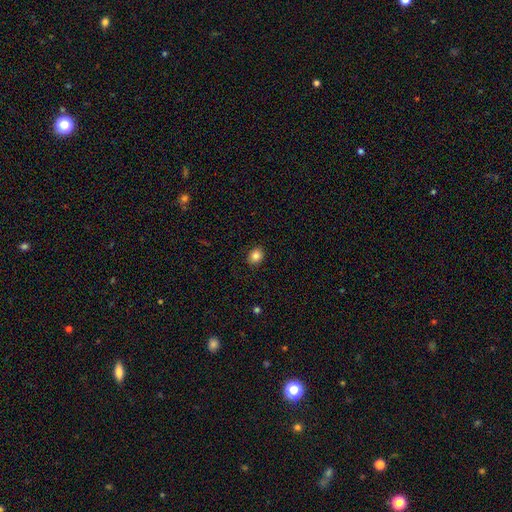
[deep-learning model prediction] Smooth or featured? Predicted: smooth (p=0.85). How rounded? Predicted: round (p=0.56). Merging? Predicted: none (p=0.89).